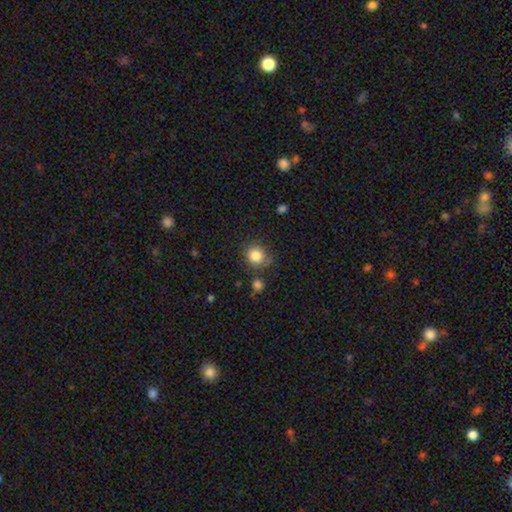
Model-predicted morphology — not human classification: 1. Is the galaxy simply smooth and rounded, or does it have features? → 84% smooth, 10% star or artifact, 6% featured or disk.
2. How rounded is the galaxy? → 82% round, 17% in between, 1% cigar-shaped.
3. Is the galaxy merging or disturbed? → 73% none, 16% minor disturbance, 6% merger, 5% major disturbance.